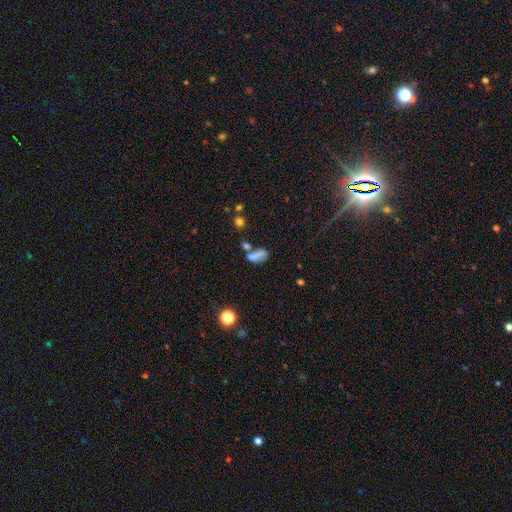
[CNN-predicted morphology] This appears to be a smooth galaxy with no disk features (64%) that is in between round and cigar-shaped (80%). Merging: merger (35%).